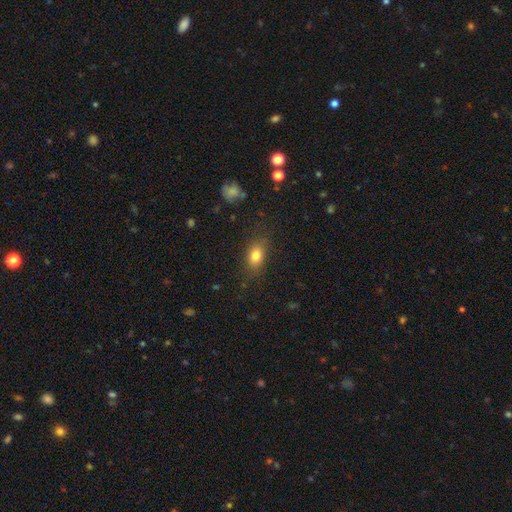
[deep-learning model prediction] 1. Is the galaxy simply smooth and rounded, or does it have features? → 81% smooth, 10% star or artifact, 9% featured or disk.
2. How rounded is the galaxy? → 78% in between, 20% round, 3% cigar-shaped.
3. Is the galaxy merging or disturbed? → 81% none, 14% minor disturbance, 4% major disturbance, 1% merger.